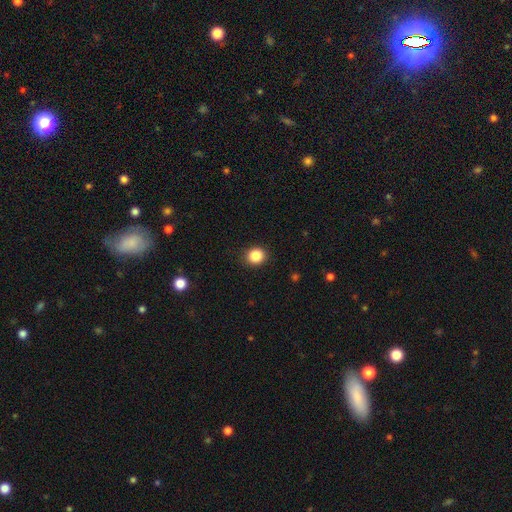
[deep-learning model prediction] The model was most divided on "how rounded": round: 82%, in between: 18%, cigar-shaped: 1%. More confident: merging — none (90%); smooth or featured — smooth (86%).